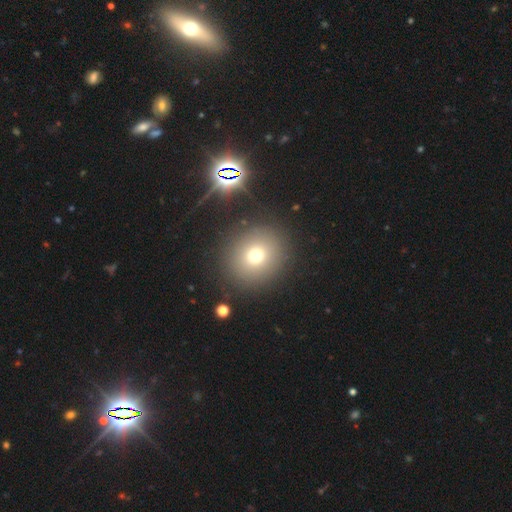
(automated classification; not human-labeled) A smooth galaxy with no disk features (71%) that is round (87%). Merging: none (87%).